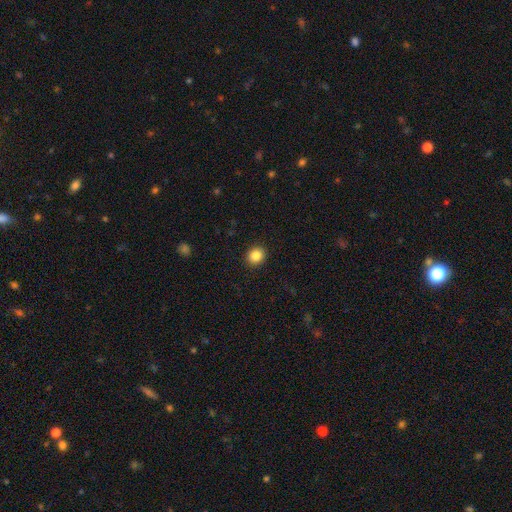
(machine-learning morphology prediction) Smooth or featured: smooth — 86% (star or artifact — 10%)
How rounded: round — 74% (in between — 25%)
Merging: none — 92% (minor disturbance — 6%)